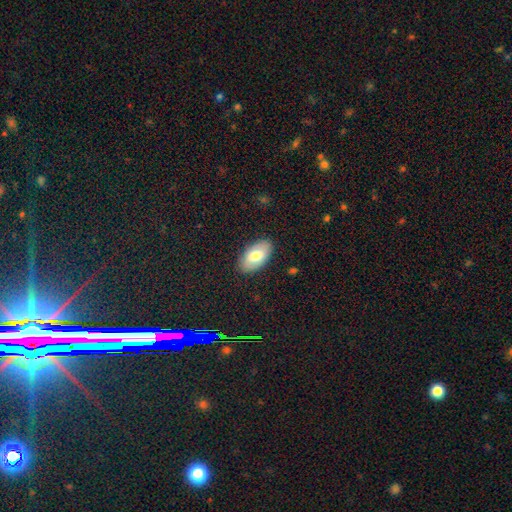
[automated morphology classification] smooth 73%, featured or disk 21%, star or artifact 6%. Down the decision tree: how rounded — in between (95%); merging — none (87%).